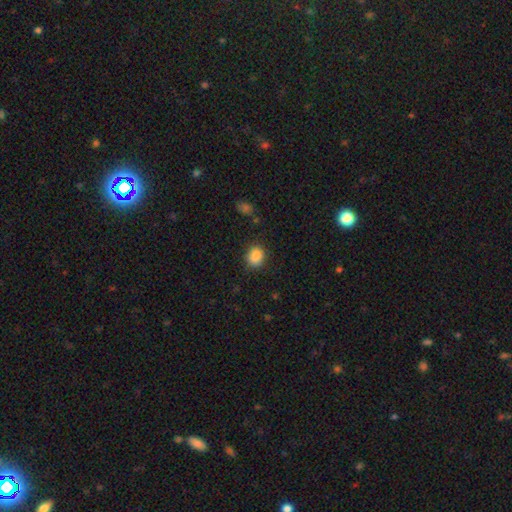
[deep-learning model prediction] The model was most divided on "how rounded": round: 61%, in between: 38%, cigar-shaped: 1%. More confident: smooth or featured — smooth (87%); merging — none (83%).